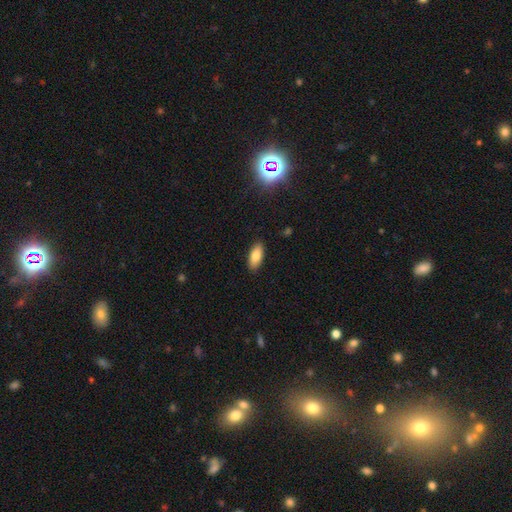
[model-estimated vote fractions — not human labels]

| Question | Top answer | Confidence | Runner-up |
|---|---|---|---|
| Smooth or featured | smooth | 83% | featured or disk (10%) |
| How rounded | in between | 83% | cigar-shaped (15%) |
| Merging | none | 88% | minor disturbance (9%) |